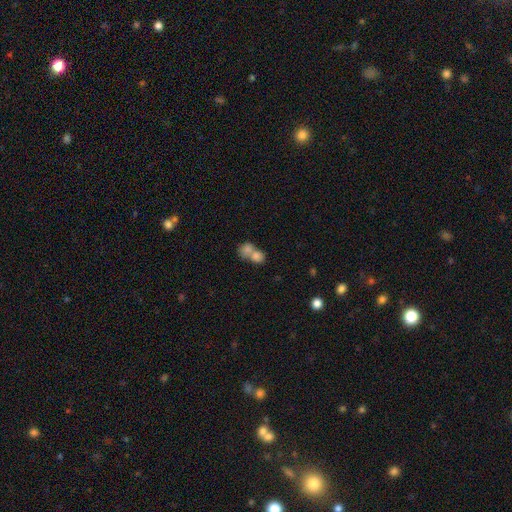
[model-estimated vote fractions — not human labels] Smooth or featured?
  - smooth: 80% *
  - featured or disk: 12%
  - star or artifact: 9%
How rounded?
  - round: 54% *
  - in between: 44%
  - cigar-shaped: 2%
Merging?
  - merger: 71% *
  - none: 20%
  - minor disturbance: 5%
  - major disturbance: 3%